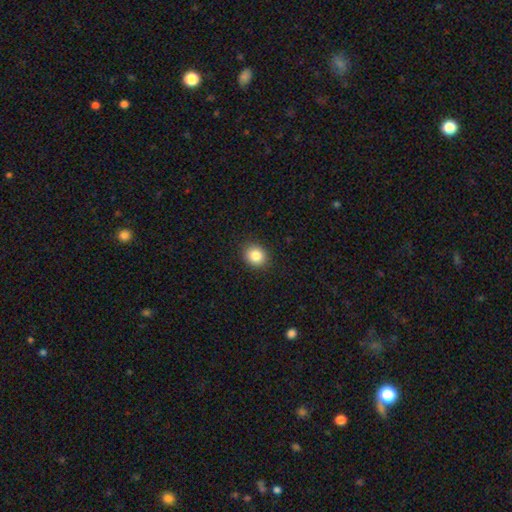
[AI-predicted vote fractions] Smooth or featured? smooth (84%)
How rounded? round (74%)
Merging? none (91%)